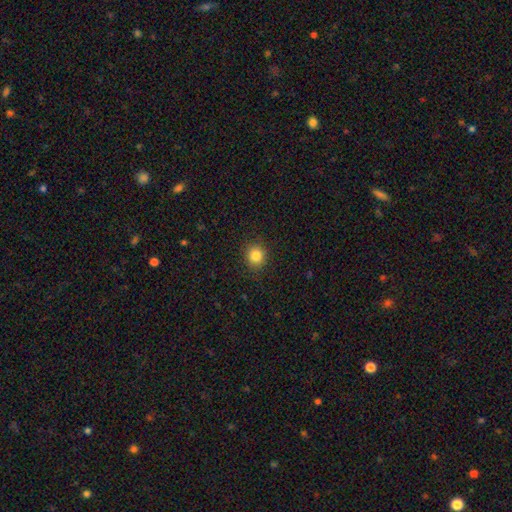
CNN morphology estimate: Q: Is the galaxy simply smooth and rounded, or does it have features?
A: smooth — 84%.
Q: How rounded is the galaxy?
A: round — 85%.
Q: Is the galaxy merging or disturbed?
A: none — 90%.